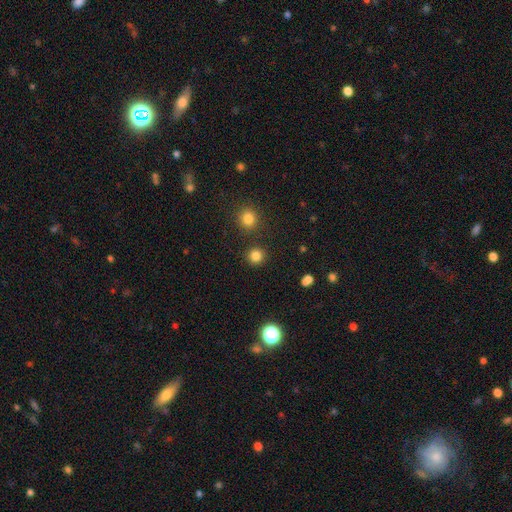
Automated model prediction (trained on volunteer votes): Overall: smooth (82%). How rounded: round (93%). Merging: none (89%).